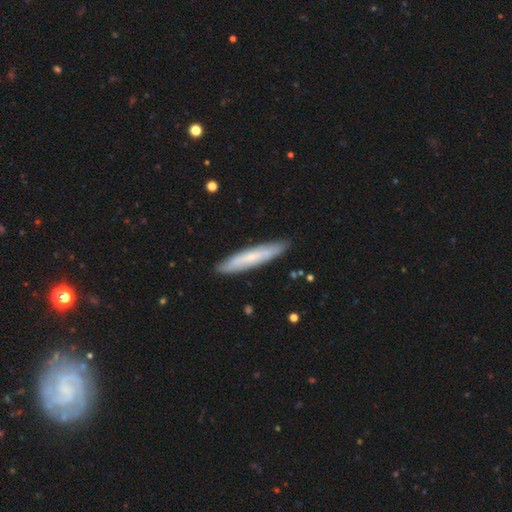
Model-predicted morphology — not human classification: This appears to be a smooth galaxy with no disk features (58%) that is cigar-shaped (91%). Merging: none (89%).